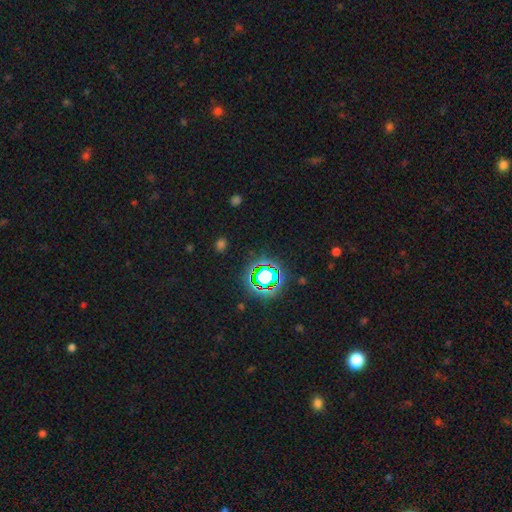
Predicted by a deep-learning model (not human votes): smooth_or_featured: star or artifact (p=0.75) [alt: smooth p=0.18]